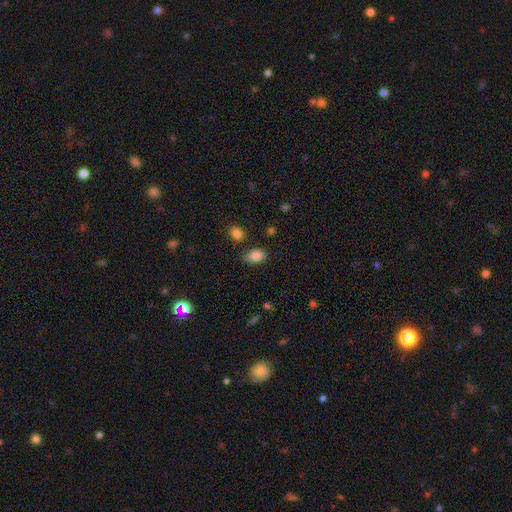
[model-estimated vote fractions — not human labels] This appears to be a smooth galaxy with no disk features (85%) that is in between round and cigar-shaped (86%). Merging: none (70%).